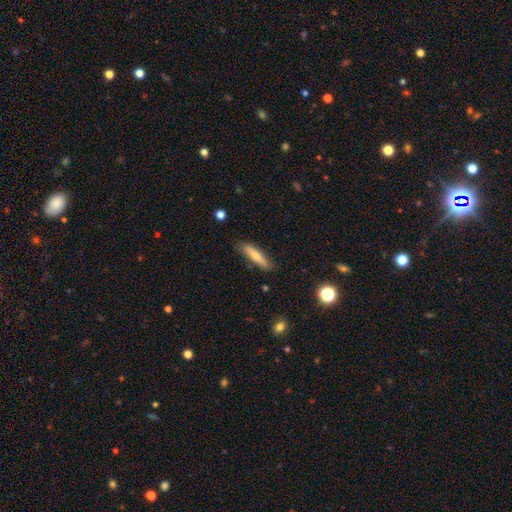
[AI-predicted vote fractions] Smooth or featured? Predicted: smooth (p=0.61). How rounded? Predicted: cigar-shaped (p=0.79). Merging? Predicted: none (p=0.81).